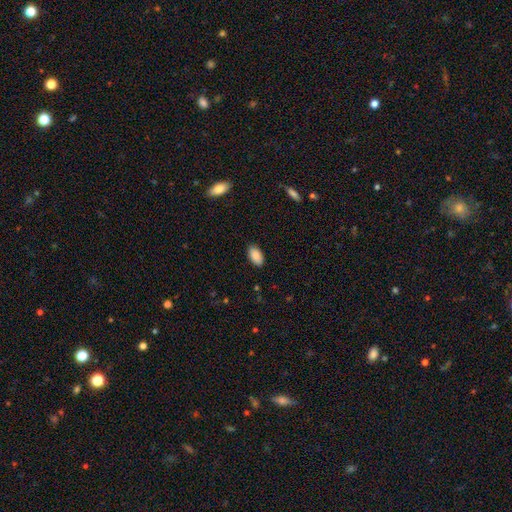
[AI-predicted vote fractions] A smooth galaxy with no disk features (87%) that is in between round and cigar-shaped (95%). Merging: none (87%).